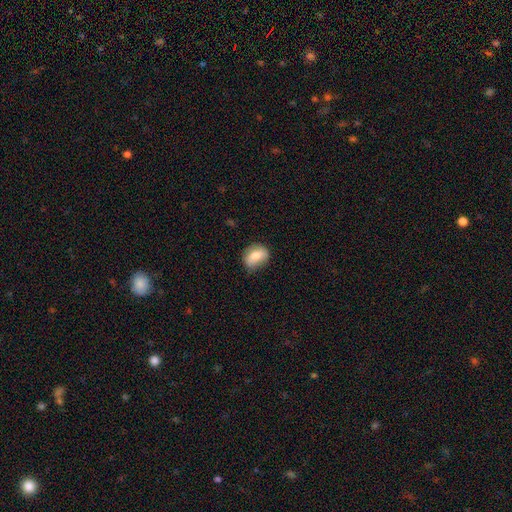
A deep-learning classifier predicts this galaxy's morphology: Smooth or featured: smooth — 71% (featured or disk — 21%)
How rounded: in between — 59% (round — 39%)
Merging: none — 68% (minor disturbance — 25%)